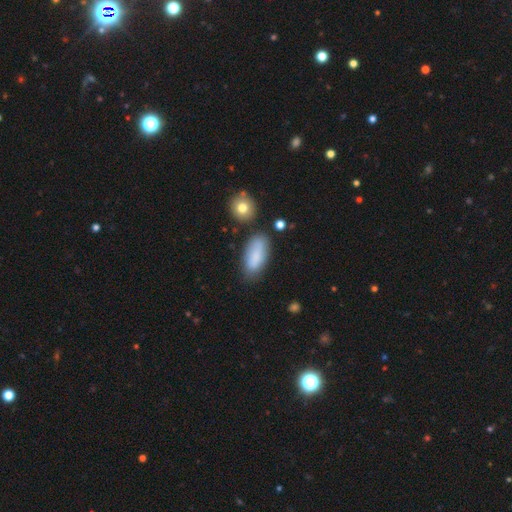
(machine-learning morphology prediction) smooth_or_featured: smooth (p=0.81) [alt: featured or disk p=0.11]
how_rounded: in between (p=0.82) [alt: cigar-shaped p=0.15]
merging: none (p=0.69) [alt: minor disturbance p=0.20]